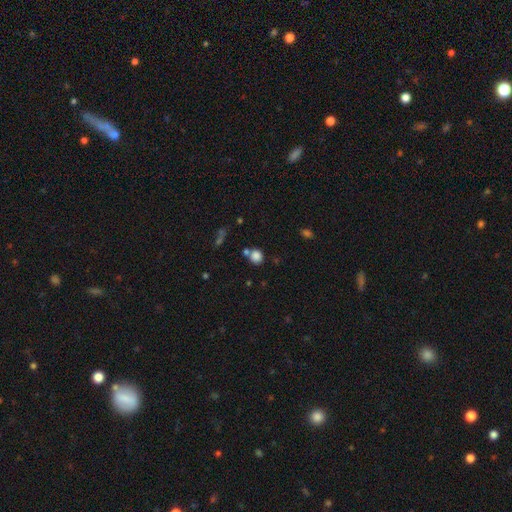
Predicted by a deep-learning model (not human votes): A smooth galaxy with no disk features (82%) that is round (81%).

Vote fractions:
- Smooth or featured? smooth: 82% / star or artifact: 13% / featured or disk: 5%
- How rounded? round: 81% / in between: 18% / cigar-shaped: 1%
- Merging? none: 67% / merger: 18% / minor disturbance: 11% / major disturbance: 4%